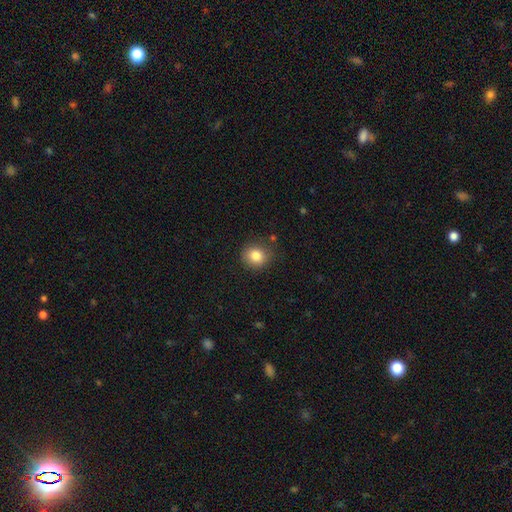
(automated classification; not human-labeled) Smooth or featured: smooth — 82% (star or artifact — 11%)
How rounded: round — 81% (in between — 18%)
Merging: none — 85% (minor disturbance — 11%)